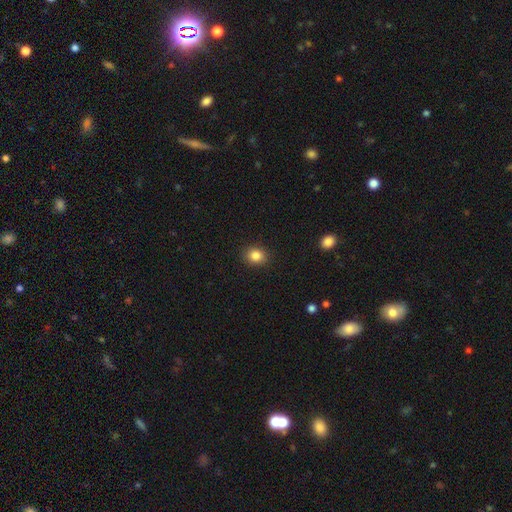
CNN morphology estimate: smooth-or-featured: smooth: 85% | star or artifact: 10% | featured or disk: 5%
  how-rounded: round: 62% | in between: 37% | cigar-shaped: 1%
  merging: none: 90% | minor disturbance: 7% | major disturbance: 2% | merger: 1%